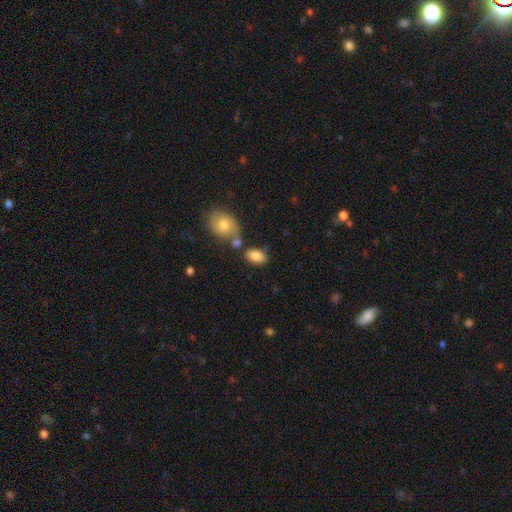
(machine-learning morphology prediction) smooth_or_featured: smooth (p=0.84) [alt: featured or disk p=0.08]
how_rounded: in between (p=0.92) [alt: round p=0.06]
merging: none (p=0.65) [alt: merger p=0.17]